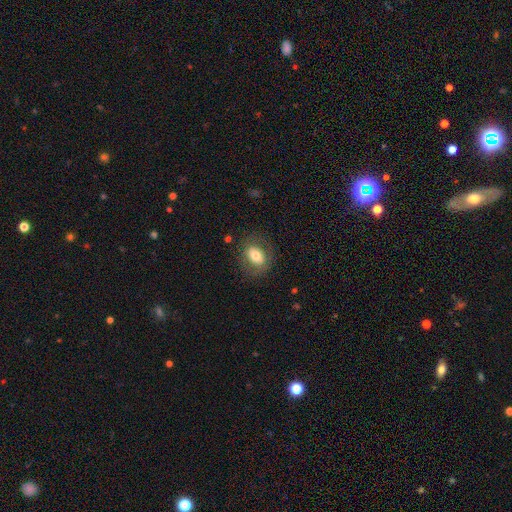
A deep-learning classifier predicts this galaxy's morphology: Smooth or featured? Predicted: smooth (p=0.68). How rounded? Predicted: in between (p=0.68). Merging? Predicted: none (p=0.78).